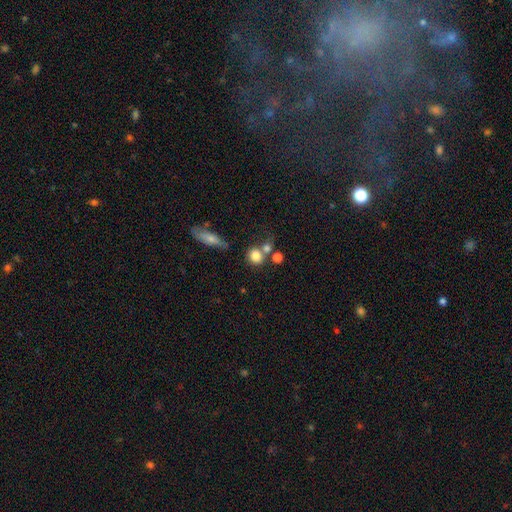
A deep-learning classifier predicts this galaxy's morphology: This appears to be a smooth galaxy with no disk features (80%) that is round (77%). Merging: none (53%).